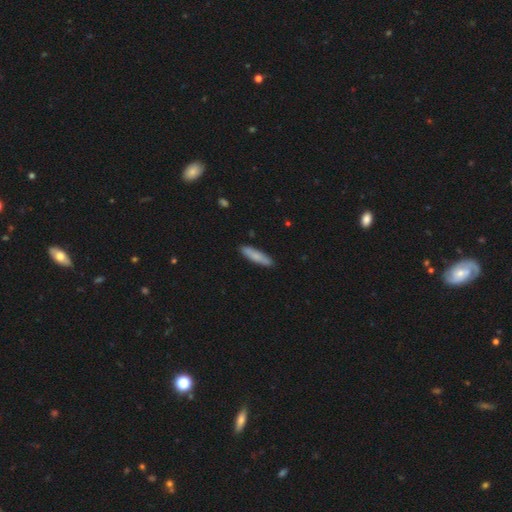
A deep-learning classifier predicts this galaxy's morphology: Smooth or featured? smooth (79%)
How rounded? cigar-shaped (82%)
Merging? none (89%)